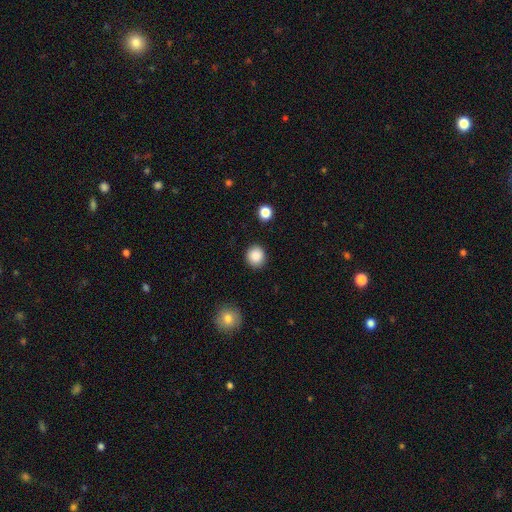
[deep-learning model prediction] Smooth or featured? smooth (88%)
How rounded? round (90%)
Merging? none (90%)